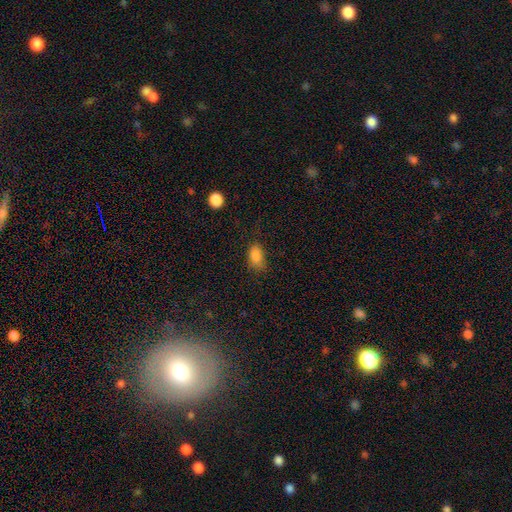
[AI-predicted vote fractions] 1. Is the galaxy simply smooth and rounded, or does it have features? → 85% smooth, 10% star or artifact, 5% featured or disk.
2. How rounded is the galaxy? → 88% in between, 9% round, 3% cigar-shaped.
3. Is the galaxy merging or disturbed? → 73% none, 20% minor disturbance, 6% major disturbance, 1% merger.